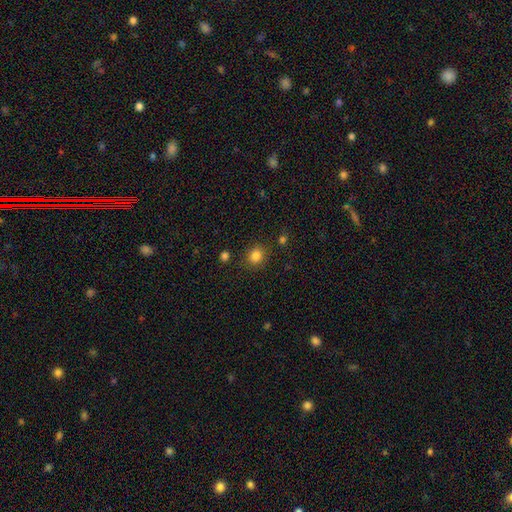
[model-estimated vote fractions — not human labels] Morphology: type=smooth (83%); roundness=round (76%); merging=none (83%).